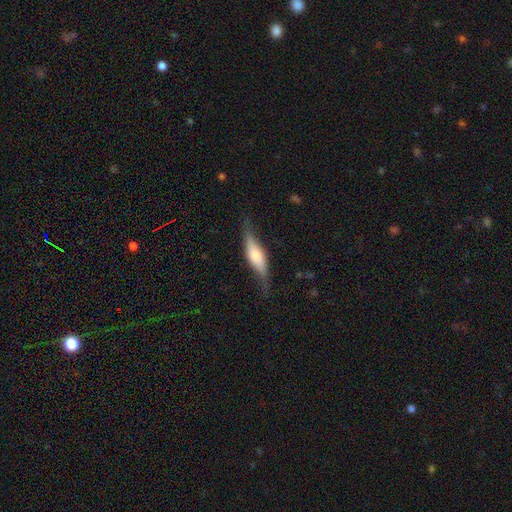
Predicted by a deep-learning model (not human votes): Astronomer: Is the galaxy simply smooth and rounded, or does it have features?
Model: featured or disk — 53% (runner-up: smooth, 40%).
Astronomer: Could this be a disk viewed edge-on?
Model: yes — 74%.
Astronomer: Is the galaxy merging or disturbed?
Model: none — 64%.